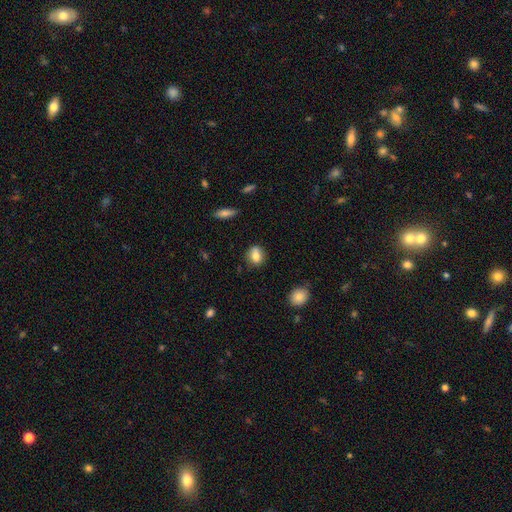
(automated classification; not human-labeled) Q: Smooth or featured?
A: smooth (80%); runner-up: featured or disk (11%)
Q: How rounded?
A: round (60%); runner-up: in between (37%)
Q: Merging?
A: none (80%); runner-up: minor disturbance (14%)